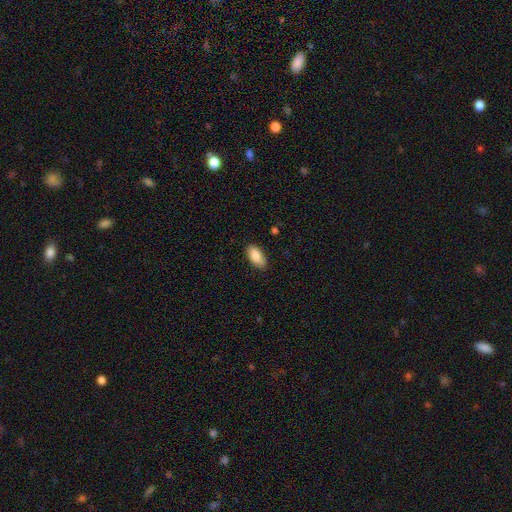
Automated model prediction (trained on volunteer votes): smooth-or-featured: smooth: 86% | featured or disk: 7% | star or artifact: 6%
  how-rounded: in between: 92% | cigar-shaped: 5% | round: 3%
  merging: none: 85% | minor disturbance: 12% | major disturbance: 2% | merger: 1%